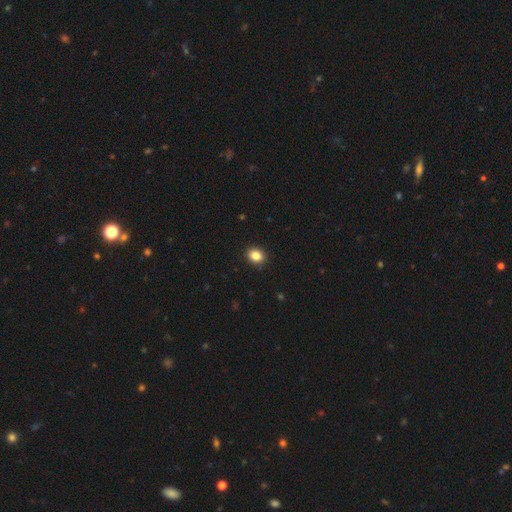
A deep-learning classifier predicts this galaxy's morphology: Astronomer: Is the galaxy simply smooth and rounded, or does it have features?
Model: smooth — 86%.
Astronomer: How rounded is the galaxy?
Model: round — 61% (runner-up: in between, 38%).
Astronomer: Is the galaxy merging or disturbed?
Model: none — 91%.